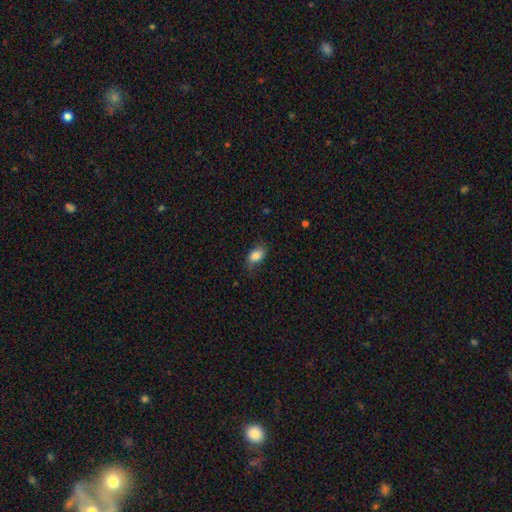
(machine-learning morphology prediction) The model was most divided on "merging": none: 68%, minor disturbance: 24%, major disturbance: 7%, merger: 1%. More confident: how rounded — in between (87%); smooth or featured — smooth (80%).